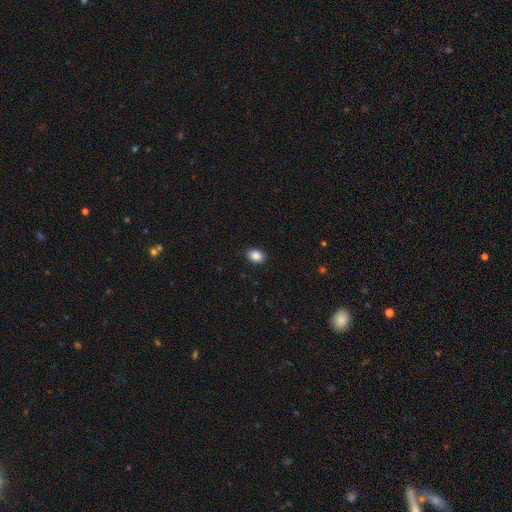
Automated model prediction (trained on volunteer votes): This appears to be a smooth galaxy with no disk features (87%) that is in between round and cigar-shaped (71%). Merging: none (89%).